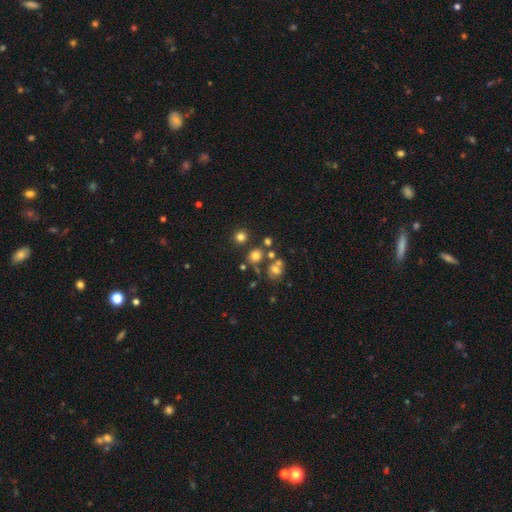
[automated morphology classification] Smooth or featured: smooth — 71% (star or artifact — 19%)
How rounded: round — 82% (in between — 17%)
Merging: none — 68% (merger — 18%)